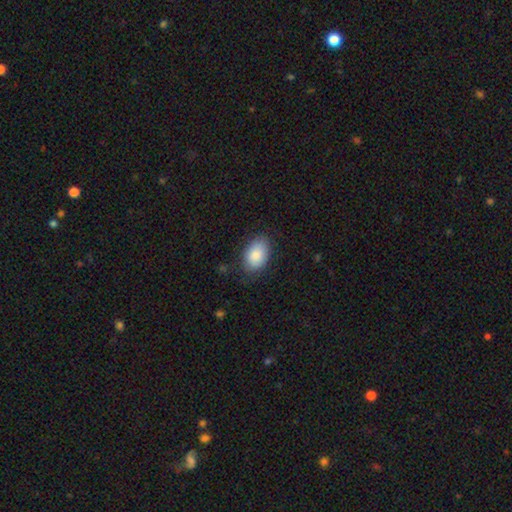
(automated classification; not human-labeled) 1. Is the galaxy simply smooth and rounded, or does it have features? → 87% smooth, 7% star or artifact, 6% featured or disk.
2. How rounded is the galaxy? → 88% in between, 11% round, 1% cigar-shaped.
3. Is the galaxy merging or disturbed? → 78% none, 16% minor disturbance, 4% major disturbance, 1% merger.